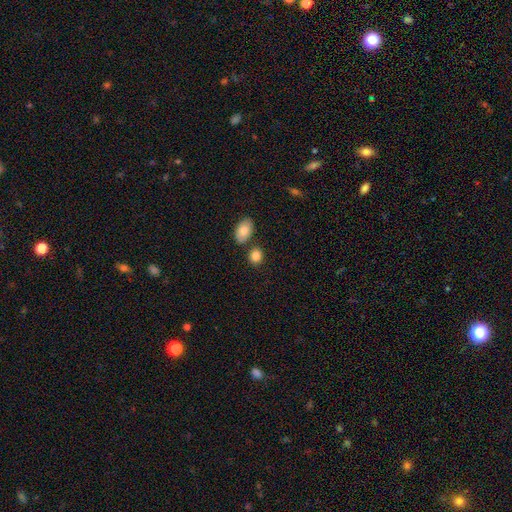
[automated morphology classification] smooth_or_featured: smooth (p=0.85) [alt: star or artifact p=0.09]
how_rounded: round (p=0.56) [alt: in between p=0.43]
merging: none (p=0.72) [alt: merger p=0.14]